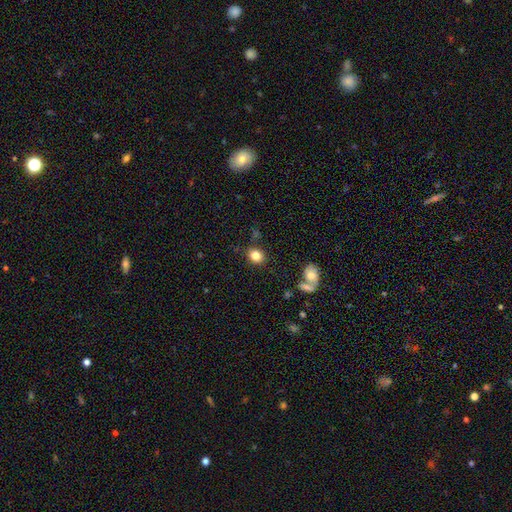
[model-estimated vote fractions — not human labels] Smooth or featured? Predicted: smooth (p=0.83). How rounded? Predicted: round (p=0.68). Merging? Predicted: none (p=0.84).